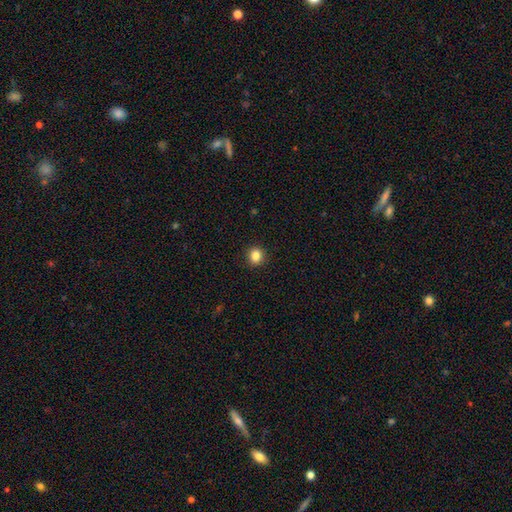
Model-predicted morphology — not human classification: A smooth galaxy with no disk features (85%) that is round (84%). Merging: none (92%).